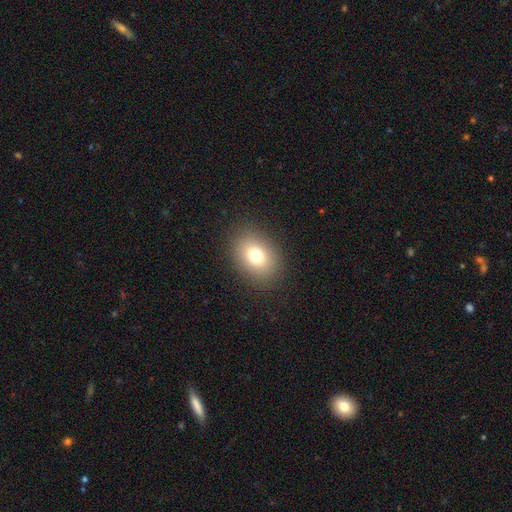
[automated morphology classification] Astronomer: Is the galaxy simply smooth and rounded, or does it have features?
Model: smooth — 76%.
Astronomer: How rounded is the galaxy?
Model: in between — 64%.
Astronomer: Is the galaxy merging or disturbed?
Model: none — 88%.